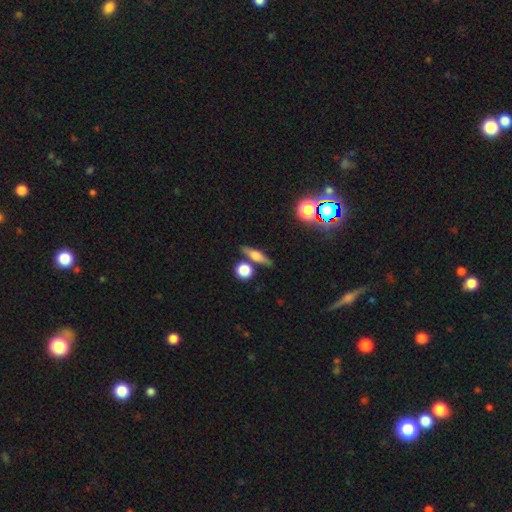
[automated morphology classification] Smooth or featured?
  - smooth: 48% *
  - featured or disk: 42%
  - star or artifact: 11%
Merging?
  - none: 78% *
  - minor disturbance: 10%
  - merger: 9%
  - major disturbance: 3%